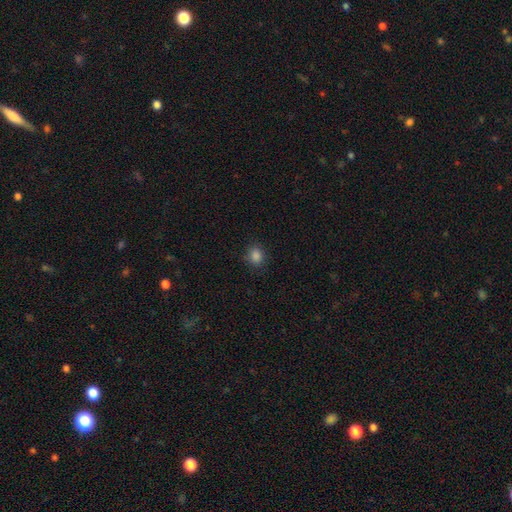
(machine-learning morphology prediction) A smooth galaxy with no disk features (85%) that is round (71%). Merging: none (87%).